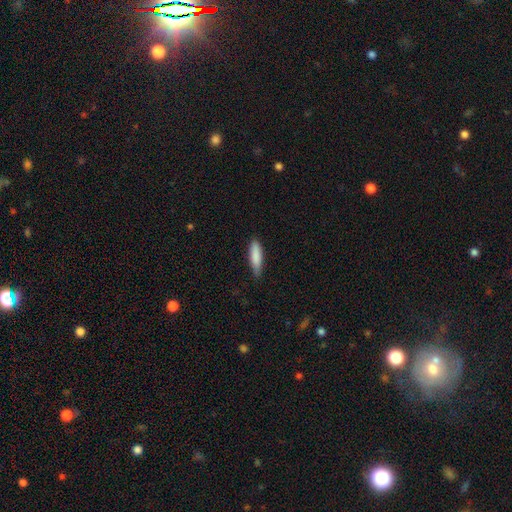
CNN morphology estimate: Overall: smooth (84%). How rounded: cigar-shaped (66%; in between 33%). Merging: none (75%).